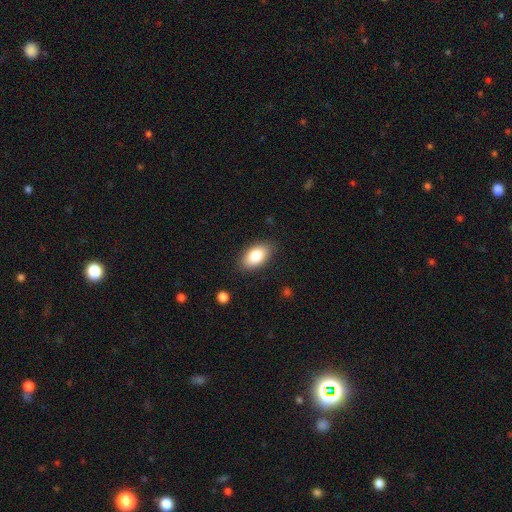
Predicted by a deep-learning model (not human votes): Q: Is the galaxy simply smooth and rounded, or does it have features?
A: smooth — 84%.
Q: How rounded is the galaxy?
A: in between — 93%.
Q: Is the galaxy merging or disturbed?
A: none — 86%.